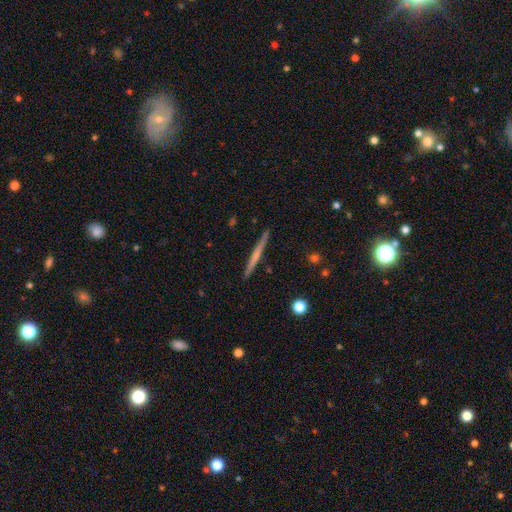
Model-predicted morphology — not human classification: type=featured or disk (48%); merging=none (91%).